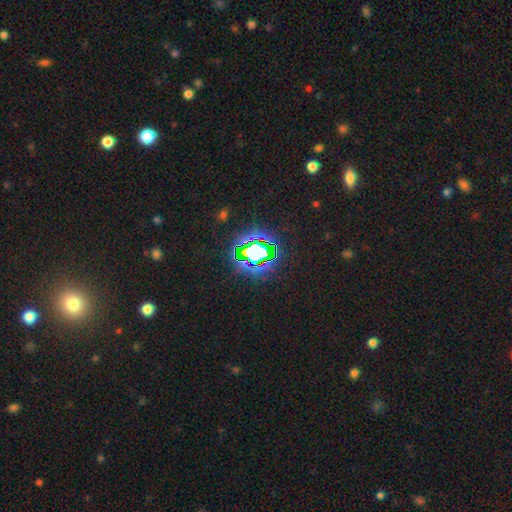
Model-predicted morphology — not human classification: A star or artifact, not a galaxy (72%).